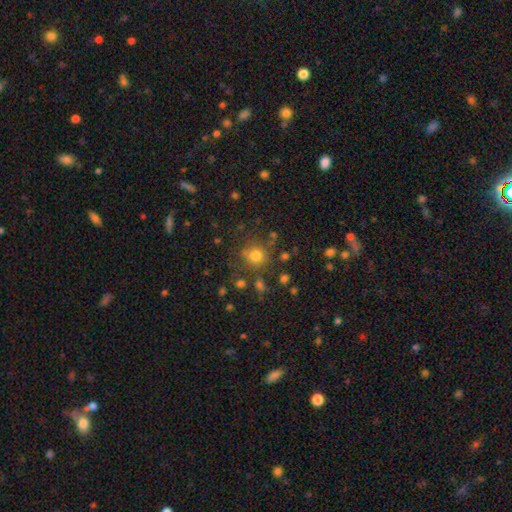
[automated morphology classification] Smooth or featured?
  - smooth: 76% *
  - star or artifact: 16%
  - featured or disk: 8%
How rounded?
  - round: 92% *
  - in between: 8%
  - cigar-shaped: 1%
Merging?
  - none: 76% *
  - minor disturbance: 11%
  - merger: 8%
  - major disturbance: 5%